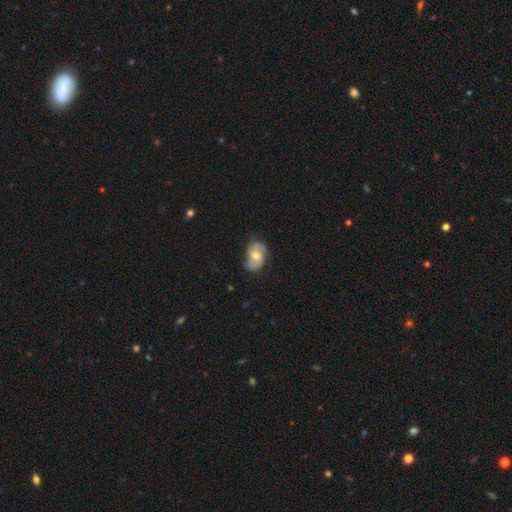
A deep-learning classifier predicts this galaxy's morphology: smooth-or-featured: featured or disk: 73% | smooth: 21% | star or artifact: 7%
  disk-edge-on: no: 97% | yes: 3%
    bar: no: 62% | weak: 31% | strong: 6%
    has-spiral-arms: yes: 93% | no: 7%
      spiral-winding: medium: 47% | loose: 27% | tight: 26%
      spiral-arm-count: 2: 83% | can't tell: 7% | 3: 5% | 1: 2% | 4: 1% | more than 4: 1%
    bulge-size: moderate: 68% | small: 22% | large: 7% | none: 2% | dominant: 1%
  merging: none: 69% | minor disturbance: 22% | major disturbance: 7% | merger: 1%